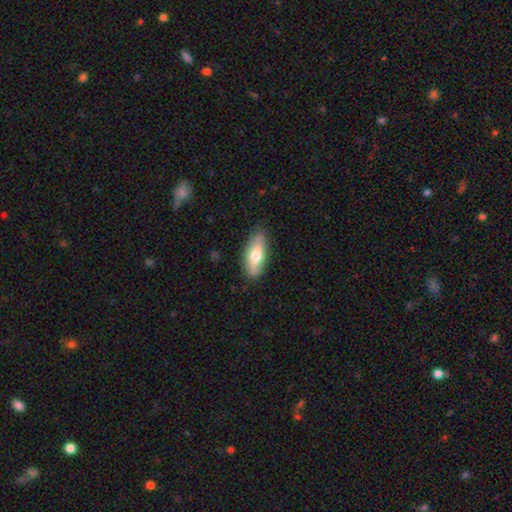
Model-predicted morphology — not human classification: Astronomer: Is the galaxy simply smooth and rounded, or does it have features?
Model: smooth — 61%.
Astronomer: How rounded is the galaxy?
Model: in between — 75%.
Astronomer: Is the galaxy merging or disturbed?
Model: none — 83%.